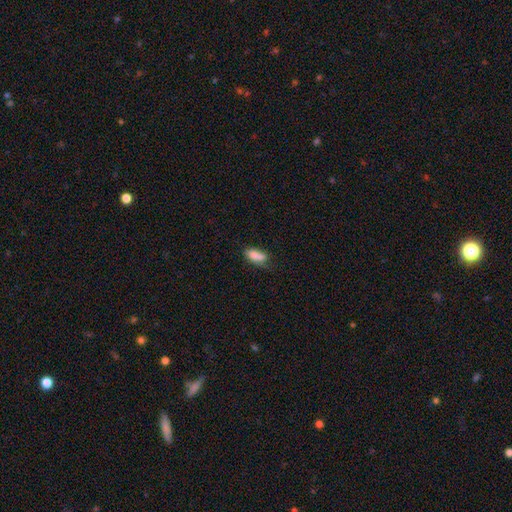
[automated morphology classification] This is likely a smooth galaxy (75%). How rounded: clearly in between (82%). Merging: marginally none (41%).